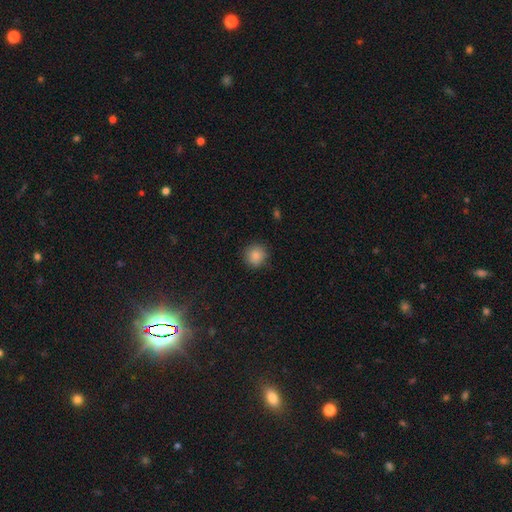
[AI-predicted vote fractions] A smooth galaxy with no disk features (86%) that is round (92%). Merging: none (87%).